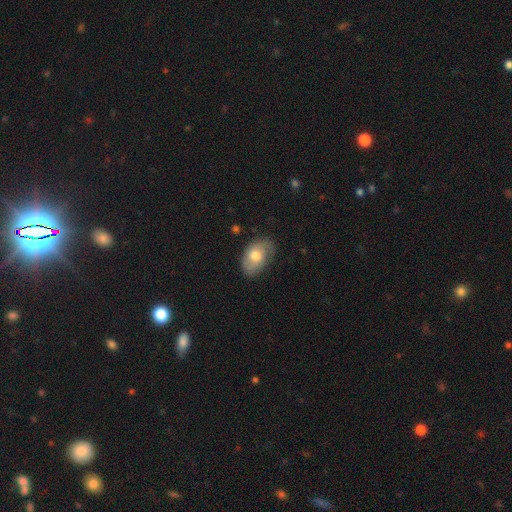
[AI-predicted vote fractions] Smooth or featured: smooth — 69% (featured or disk — 24%)
How rounded: in between — 90% (round — 9%)
Merging: none — 73% (minor disturbance — 21%)